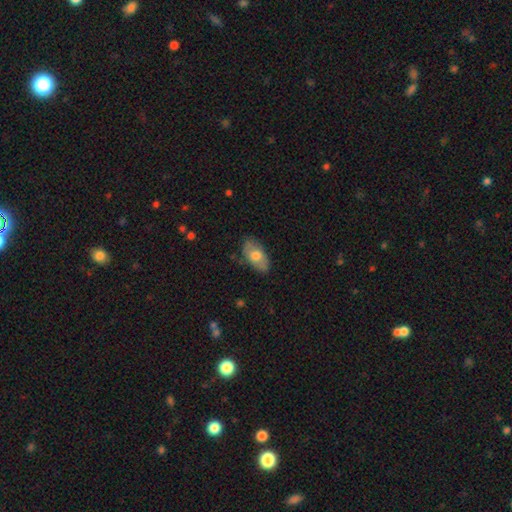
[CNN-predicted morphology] Overall: smooth (66%; featured or disk 27%). How rounded: in between (92%). Merging: none (75%).